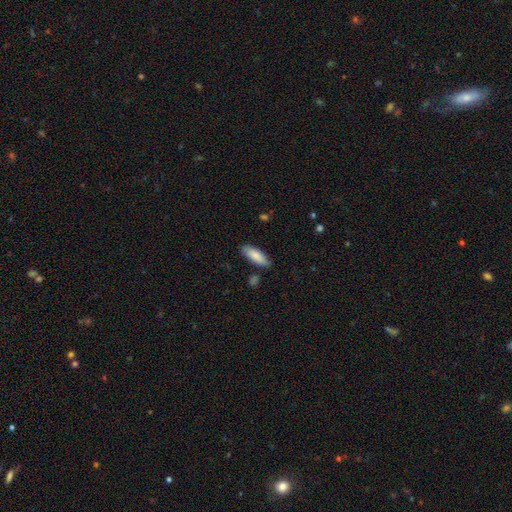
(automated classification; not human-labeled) smooth 86%, featured or disk 8%, star or artifact 6%. Down the decision tree: how rounded — in between (65%); merging — none (83%).